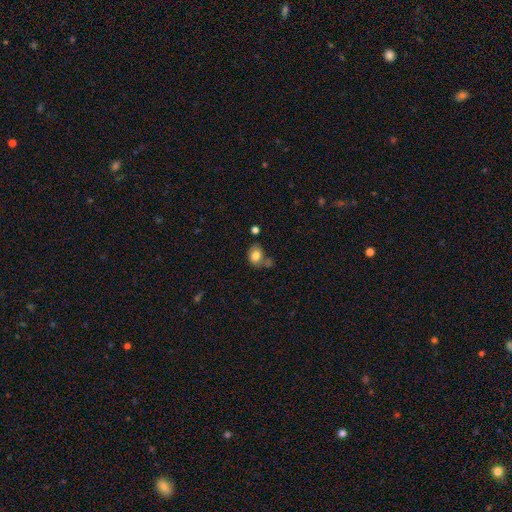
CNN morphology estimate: smooth_or_featured: smooth (p=0.80) [alt: featured or disk p=0.10]
how_rounded: in between (p=0.61) [alt: round p=0.38]
merging: none (p=0.52) [alt: minor disturbance p=0.21]